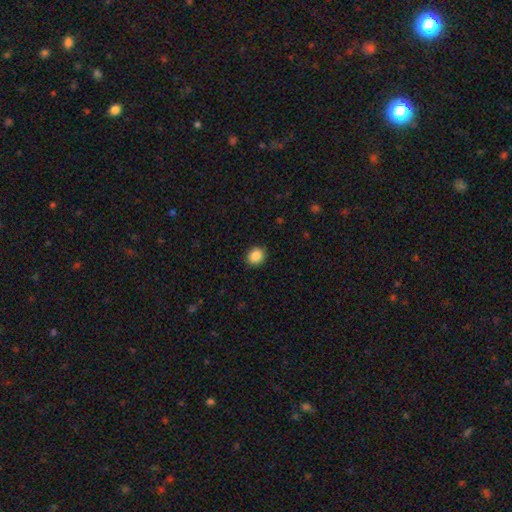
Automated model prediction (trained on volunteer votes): This appears to be a smooth galaxy with no disk features (87%) that is round (73%). Merging: none (91%).